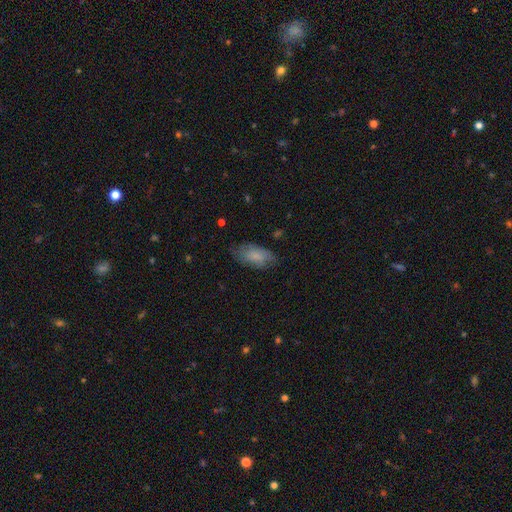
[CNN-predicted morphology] This is likely a smooth galaxy (74%). How rounded: clearly in between (92%). Merging: likely none (70%).